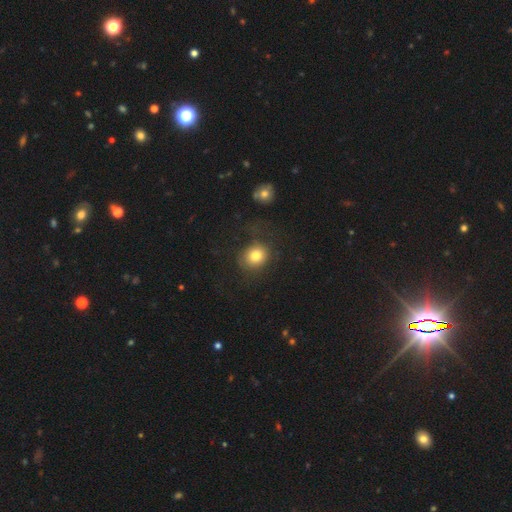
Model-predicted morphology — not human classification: smooth 80%, star or artifact 10%, featured or disk 9%. Down the decision tree: how rounded — round (70%); merging — none (70%).